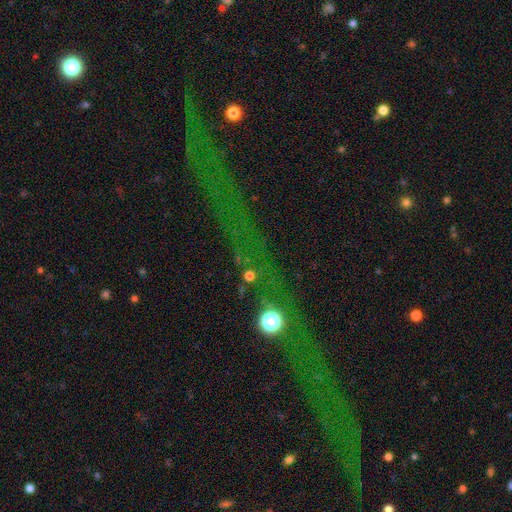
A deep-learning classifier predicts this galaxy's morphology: type=star or artifact (70%).